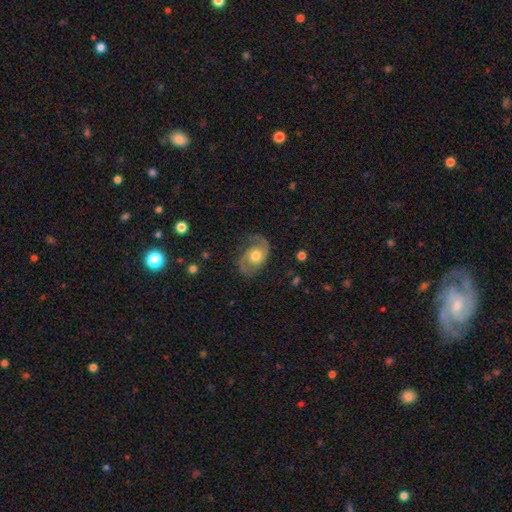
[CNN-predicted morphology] Smooth or featured? featured or disk (77%)
Edge-on disk? no (97%)
Bar? no (73%)
Spiral arms? yes (91%)
Spiral winding? medium (50%)
Spiral arm count? 2 (88%)
Bulge size? moderate (68%)
Merging? none (72%)